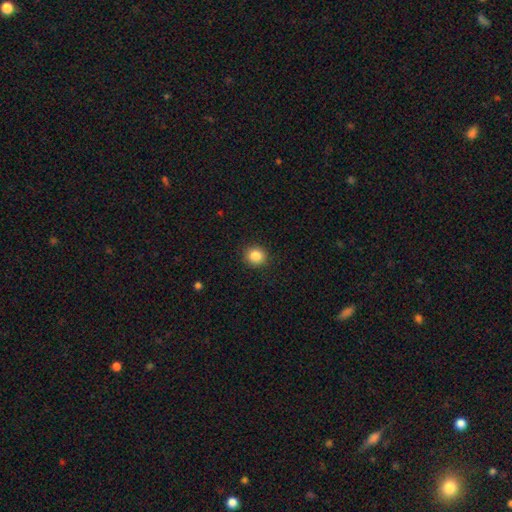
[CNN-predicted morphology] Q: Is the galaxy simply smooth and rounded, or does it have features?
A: smooth — 86%.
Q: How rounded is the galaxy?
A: round — 88%.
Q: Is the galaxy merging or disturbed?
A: none — 91%.